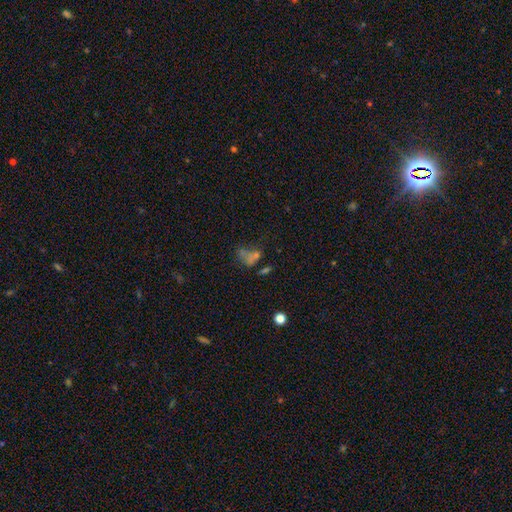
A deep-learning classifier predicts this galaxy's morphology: smooth-or-featured: star or artifact: 48% | smooth: 32% | featured or disk: 21%